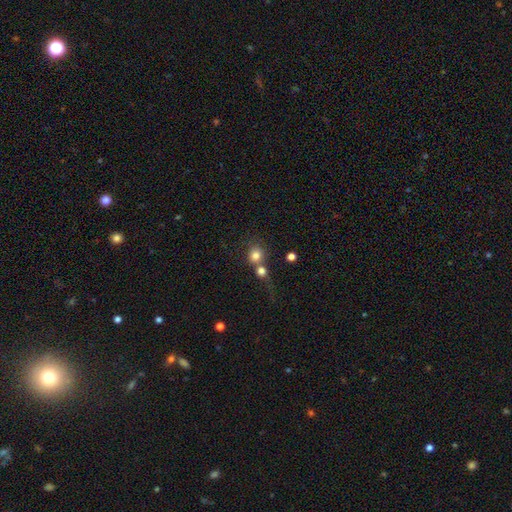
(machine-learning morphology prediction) smooth-or-featured: smooth: 79% | star or artifact: 12% | featured or disk: 9%
  how-rounded: round: 83% | in between: 16% | cigar-shaped: 1%
  merging: merger: 43% | none: 42% | minor disturbance: 8% | major disturbance: 6%